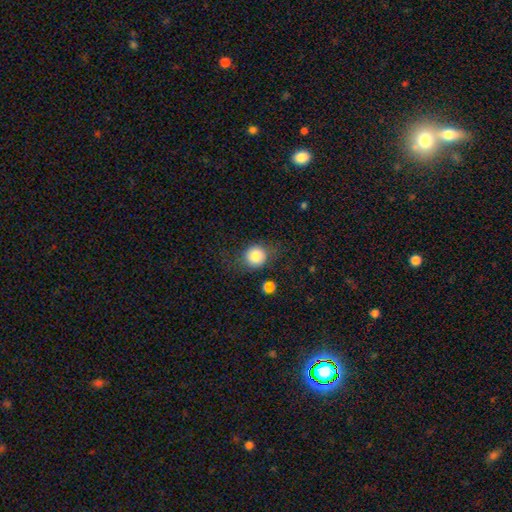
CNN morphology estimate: type=smooth (83%); roundness=round (85%); merging=none (72%).